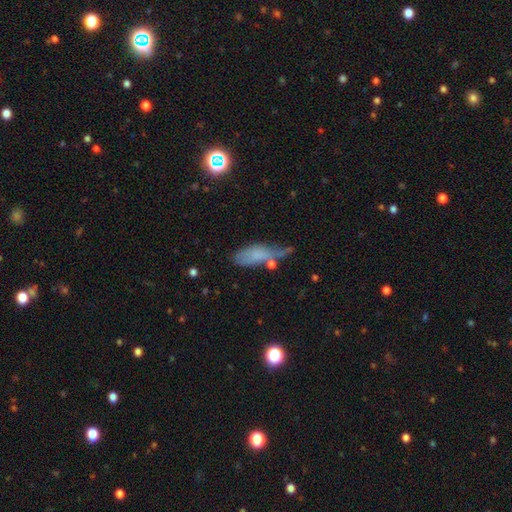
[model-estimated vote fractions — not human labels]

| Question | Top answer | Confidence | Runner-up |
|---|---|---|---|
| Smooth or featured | smooth | 64% | featured or disk (23%) |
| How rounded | in between | 67% | cigar-shaped (30%) |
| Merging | none | 34% | minor disturbance (33%) |